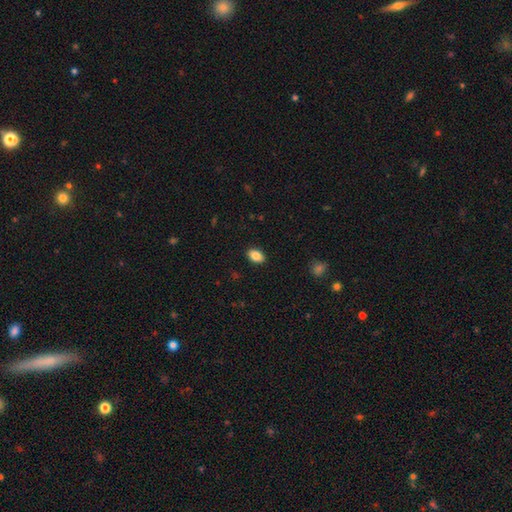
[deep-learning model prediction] This is clearly a smooth galaxy (85%). How rounded: clearly in between (87%). Merging: clearly none (89%).